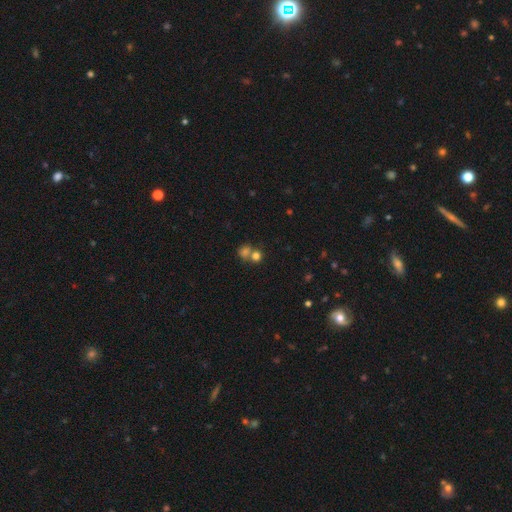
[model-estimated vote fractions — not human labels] smooth_or_featured: smooth (p=0.75) [alt: star or artifact p=0.16]
how_rounded: round (p=0.80) [alt: in between p=0.19]
merging: merger (p=0.48) [alt: none p=0.42]